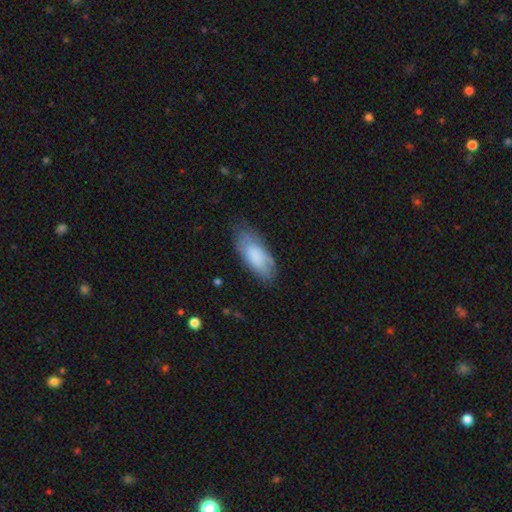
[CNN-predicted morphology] This is likely a smooth galaxy (78%). How rounded: clearly in between (84%). Merging: likely none (69%).